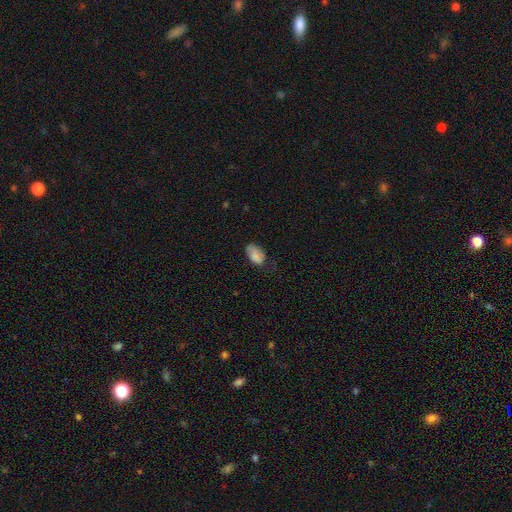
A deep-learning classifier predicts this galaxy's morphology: Smooth or featured: smooth — 81% (featured or disk — 11%)
How rounded: in between — 90% (round — 8%)
Merging: none — 52% (minor disturbance — 34%)